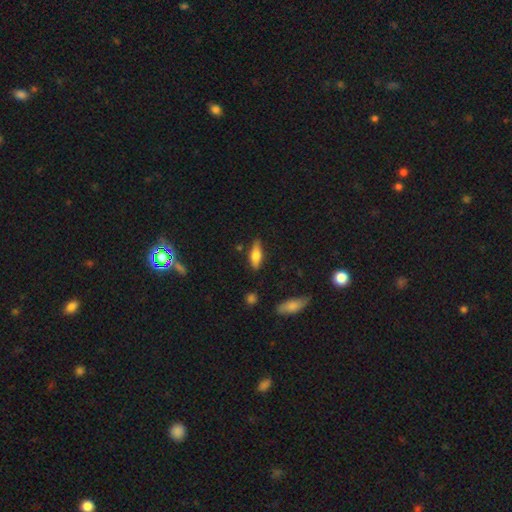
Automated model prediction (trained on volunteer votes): smooth 64%, featured or disk 29%, star or artifact 7%. Down the decision tree: how rounded — in between (59%); merging — none (81%).